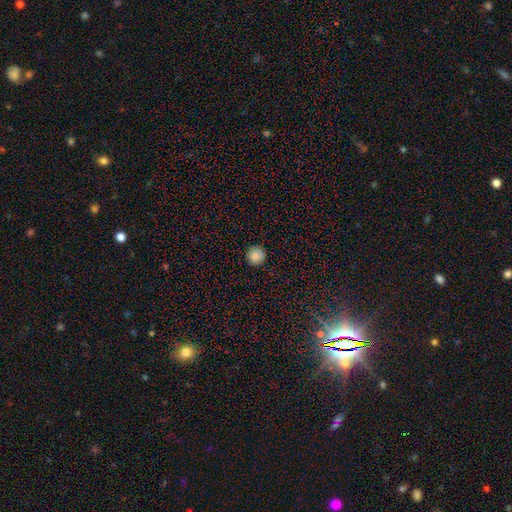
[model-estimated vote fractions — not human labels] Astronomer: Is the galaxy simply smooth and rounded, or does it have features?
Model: smooth — 87%.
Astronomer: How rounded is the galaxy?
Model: round — 95%.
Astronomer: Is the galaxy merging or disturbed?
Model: none — 92%.